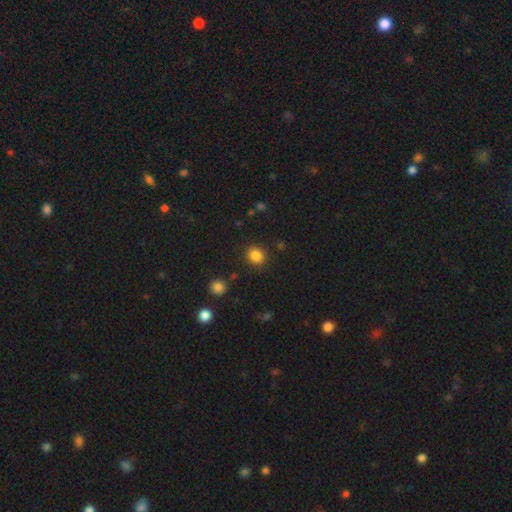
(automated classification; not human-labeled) A smooth galaxy with no disk features (85%) that is round (76%).

Vote fractions:
- Smooth or featured? smooth: 85% / star or artifact: 11% / featured or disk: 4%
- How rounded? round: 76% / in between: 23% / cigar-shaped: 1%
- Merging? none: 86% / minor disturbance: 9% / major disturbance: 3% / merger: 2%